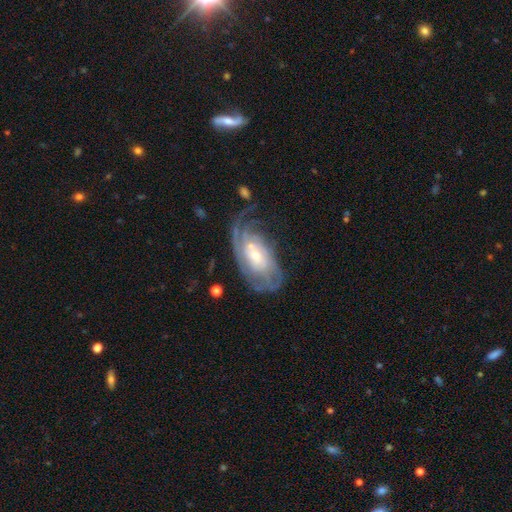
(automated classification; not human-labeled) Q: Smooth or featured?
A: featured or disk (82%); runner-up: smooth (12%)
Q: Edge-on disk?
A: no (95%); runner-up: yes (5%)
Q: Bar?
A: no (62%); runner-up: weak (30%)
Q: Spiral arms?
A: yes (92%); runner-up: no (8%)
Q: Spiral winding?
A: tight (59%); runner-up: medium (30%)
Q: Spiral arm count?
A: can't tell (39%); runner-up: 2 (23%)
Q: Bulge size?
A: small (55%); runner-up: moderate (38%)
Q: Merging?
A: none (52%); runner-up: minor disturbance (22%)